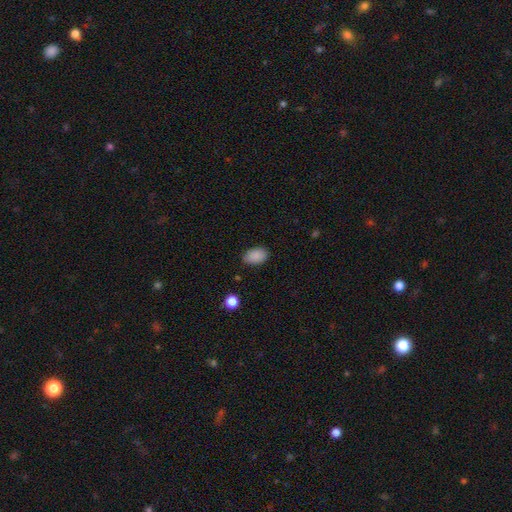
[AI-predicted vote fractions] Morphology: type=smooth (88%); roundness=in between (86%); merging=none (80%).